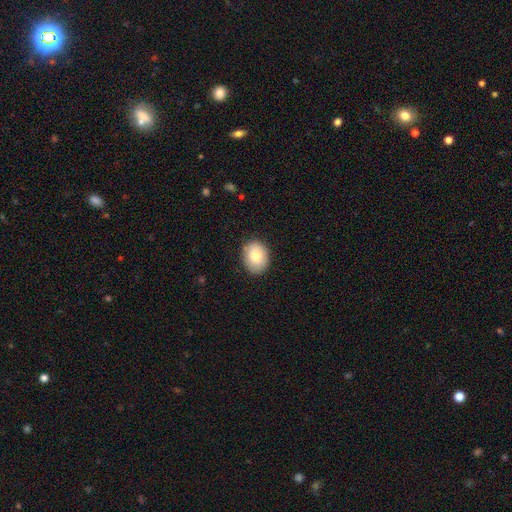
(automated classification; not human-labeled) Morphology: type=smooth (85%); roundness=in between (59%); merging=none (85%).